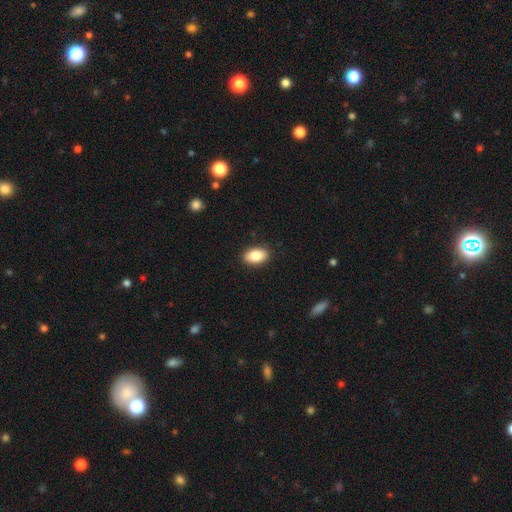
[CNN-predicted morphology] Smooth or featured? Predicted: smooth (p=0.86). How rounded? Predicted: in between (p=0.91). Merging? Predicted: none (p=0.90).